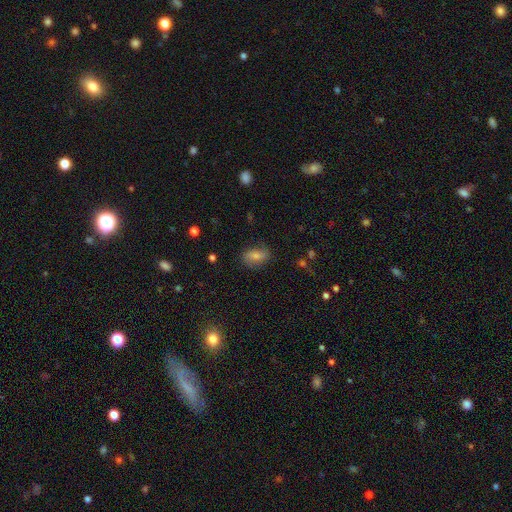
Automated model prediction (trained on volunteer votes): Smooth or featured?
  - smooth: 68% *
  - featured or disk: 23%
  - star or artifact: 10%
How rounded?
  - in between: 87% *
  - round: 9%
  - cigar-shaped: 4%
Merging?
  - none: 75% *
  - minor disturbance: 18%
  - major disturbance: 6%
  - merger: 1%